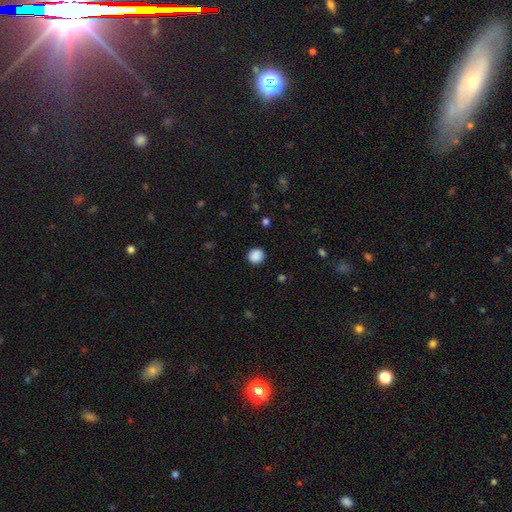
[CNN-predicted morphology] Q: Smooth or featured?
A: smooth (88%); runner-up: star or artifact (9%)
Q: How rounded?
A: round (91%); runner-up: in between (8%)
Q: Merging?
A: none (89%); runner-up: minor disturbance (8%)